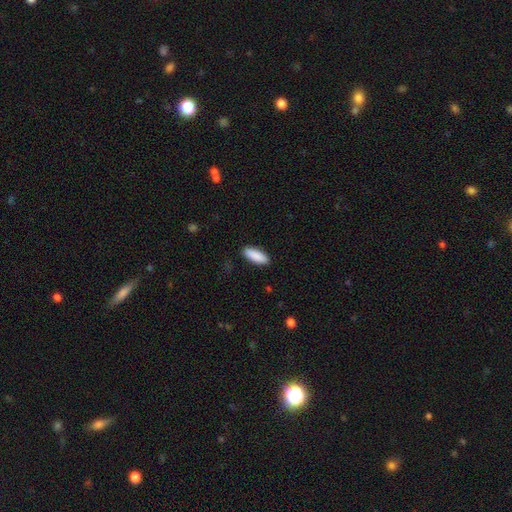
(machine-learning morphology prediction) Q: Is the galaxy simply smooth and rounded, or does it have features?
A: smooth — 90%.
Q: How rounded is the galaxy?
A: in between — 71%.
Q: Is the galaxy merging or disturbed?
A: none — 89%.